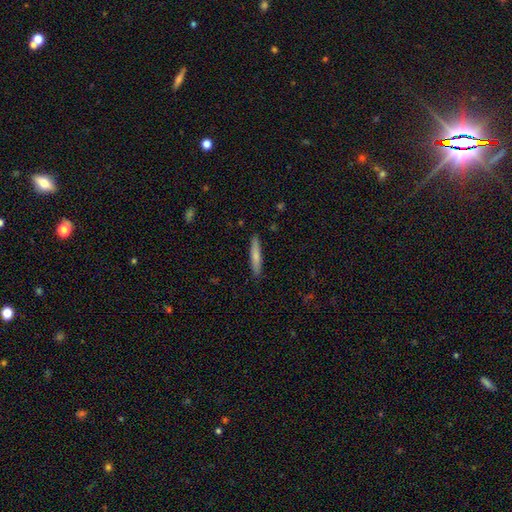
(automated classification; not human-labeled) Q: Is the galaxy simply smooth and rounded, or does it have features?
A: smooth — 73%.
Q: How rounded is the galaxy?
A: cigar-shaped — 92%.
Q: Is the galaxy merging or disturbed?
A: none — 90%.